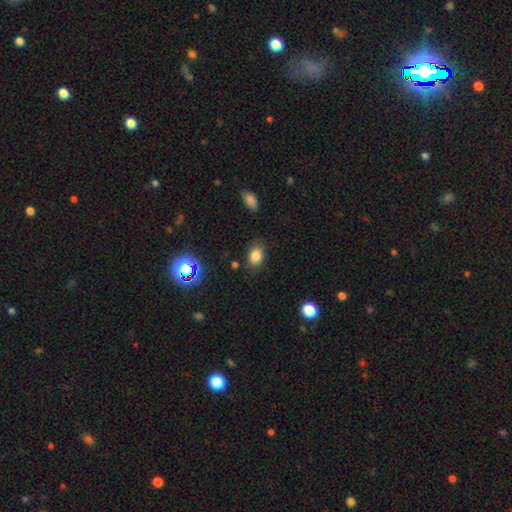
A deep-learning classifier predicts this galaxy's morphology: smooth 82%, star or artifact 12%, featured or disk 6%. Down the decision tree: how rounded — in between (72%); merging — none (81%).